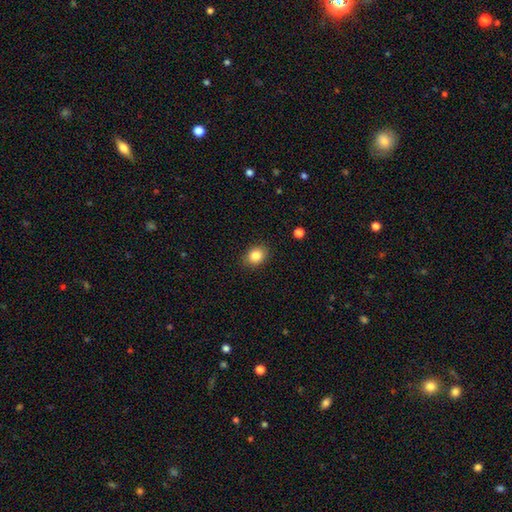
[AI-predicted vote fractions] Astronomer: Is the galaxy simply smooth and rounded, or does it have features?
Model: smooth — 85%.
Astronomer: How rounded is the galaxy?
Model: round — 52% (runner-up: in between, 47%).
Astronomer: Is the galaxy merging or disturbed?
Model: none — 88%.